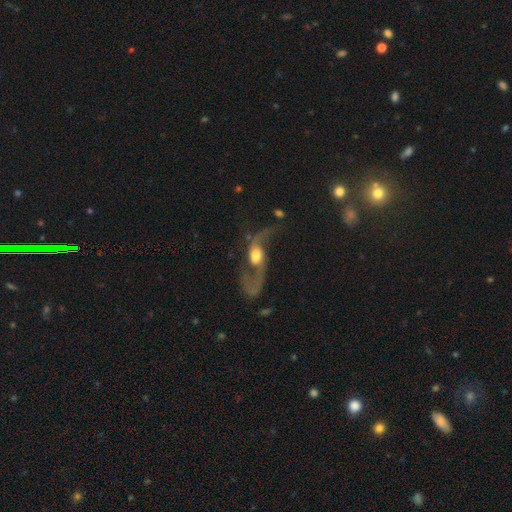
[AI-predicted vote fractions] Smooth or featured? Predicted: featured or disk (p=0.81). Edge-on disk? Predicted: no (p=0.93). Bar? Predicted: no (p=0.59). Spiral arms? Predicted: yes (p=0.92). Spiral winding? Predicted: loose (p=0.85). Spiral arm count? Predicted: 2 (p=0.88). Bulge size? Predicted: moderate (p=0.56). Merging? Predicted: none (p=0.45).